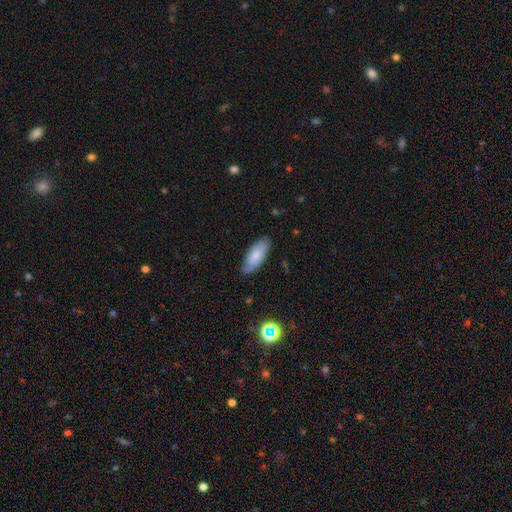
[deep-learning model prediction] Smooth or featured? smooth (77%)
How rounded? in between (81%)
Merging? none (78%)